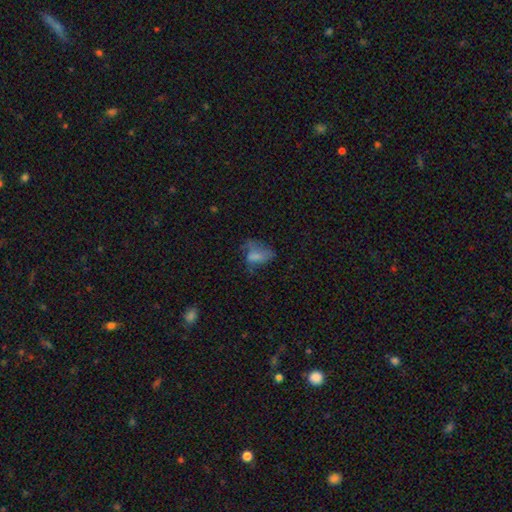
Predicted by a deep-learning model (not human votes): smooth_or_featured: smooth (p=0.58) [alt: featured or disk p=0.28]
how_rounded: in between (p=0.85) [alt: round p=0.11]
merging: major disturbance (p=0.45) [alt: none p=0.27]